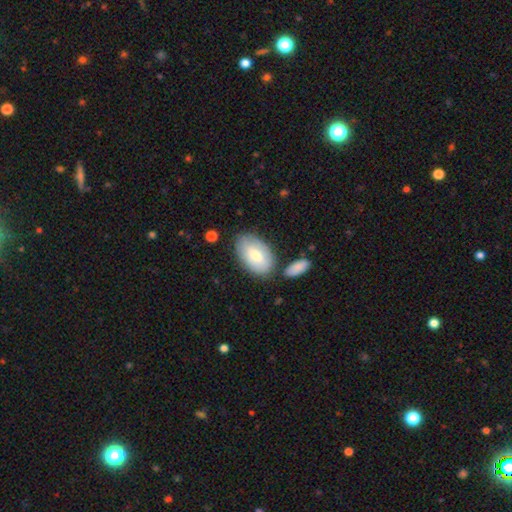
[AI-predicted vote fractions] Overall: smooth (68%). How rounded: in between (94%). Merging: none (72%).